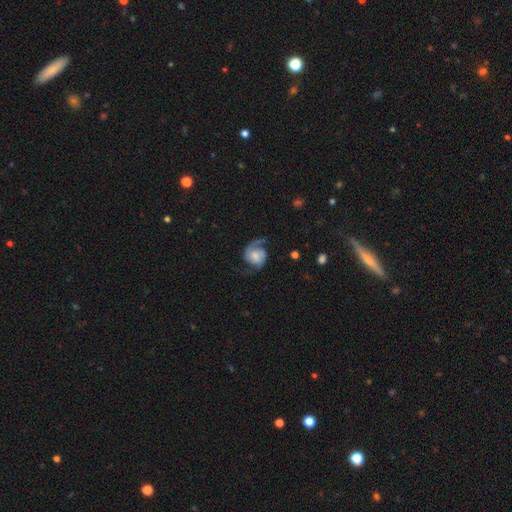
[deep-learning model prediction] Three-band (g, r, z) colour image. It shows a featured or disk galaxy (79%) with no bar (67%), 2 (88%) medium (42%) spiral arms (96%) and a moderate central bulge (33%). Merging: none (65%).